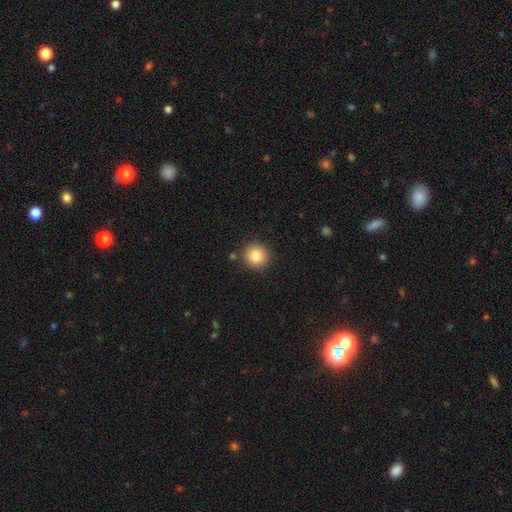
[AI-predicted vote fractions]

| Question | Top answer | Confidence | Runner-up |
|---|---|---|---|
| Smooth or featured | smooth | 85% | star or artifact (9%) |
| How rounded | round | 94% | in between (5%) |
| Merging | none | 88% | minor disturbance (7%) |